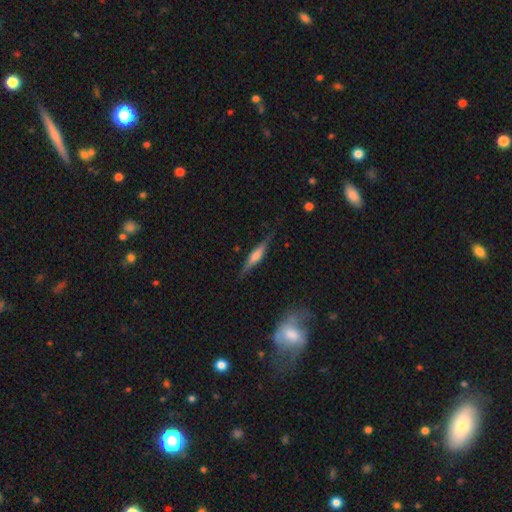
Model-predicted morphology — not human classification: This is possibly a featured or disk galaxy (60%). It is clearly viewed edge-on (95%). Edge-on bulge: likely rounded (66%). Merging: clearly none (83%).